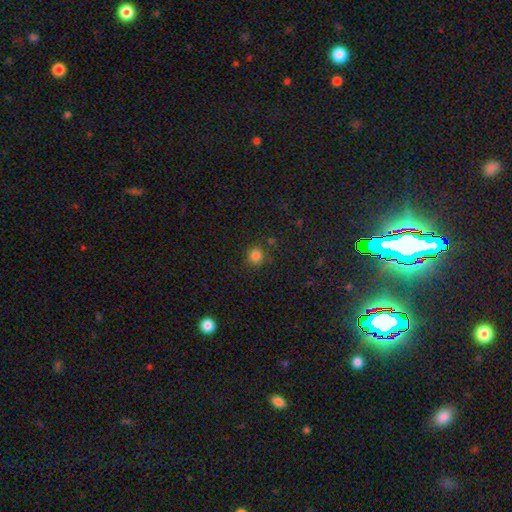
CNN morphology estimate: smooth-or-featured: smooth: 83% | star or artifact: 13% | featured or disk: 4%
  how-rounded: round: 90% | in between: 9% | cigar-shaped: 1%
  merging: none: 83% | minor disturbance: 9% | merger: 4% | major disturbance: 3%